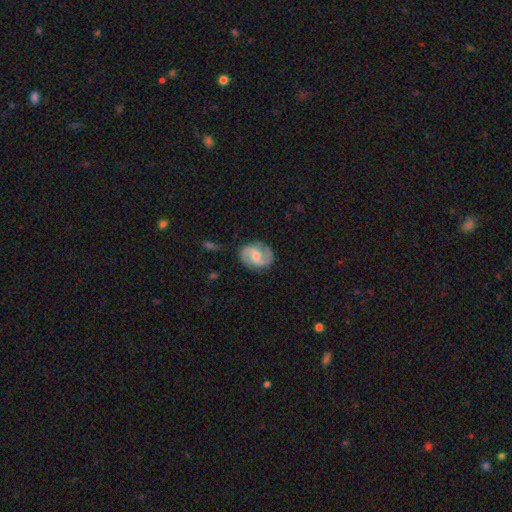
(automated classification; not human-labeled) The model was most divided on "bar": weak: 51%, no: 35%, strong: 15%. More confident: edge-on disk — no (98%); spiral arms — yes (97%); spiral arm count — 2 (93%); smooth or featured — featured or disk (86%); merging — none (82%); spiral winding — medium (54%); bulge size — moderate (53%).